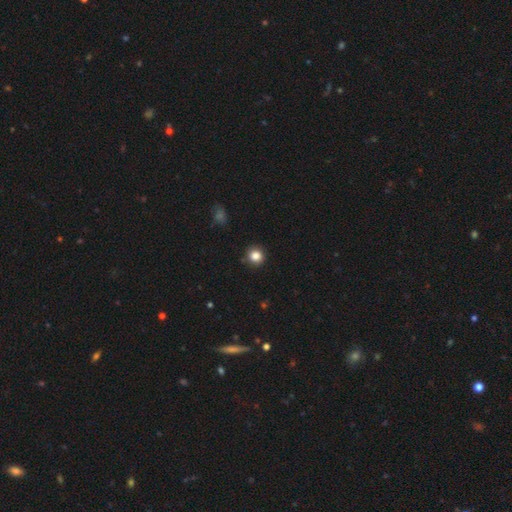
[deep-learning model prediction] A smooth galaxy with no disk features (84%) that is round (91%).

Vote fractions:
- Smooth or featured? smooth: 84% / star or artifact: 12% / featured or disk: 4%
- How rounded? round: 91% / in between: 8% / cigar-shaped: 1%
- Merging? none: 89% / minor disturbance: 8% / major disturbance: 2% / merger: 1%